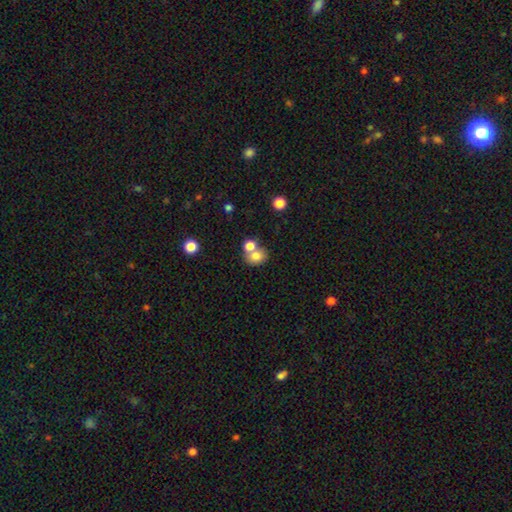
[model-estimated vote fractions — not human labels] smooth-or-featured: smooth: 76% | featured or disk: 13% | star or artifact: 11%
  how-rounded: round: 65% | in between: 34% | cigar-shaped: 1%
  merging: merger: 46% | none: 42% | minor disturbance: 8% | major disturbance: 3%